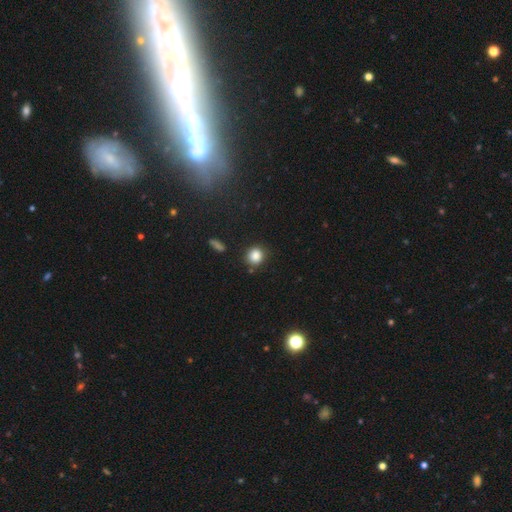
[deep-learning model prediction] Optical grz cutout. It shows a smooth galaxy with no disk features (85%) that is round (84%). Merging: none (82%).